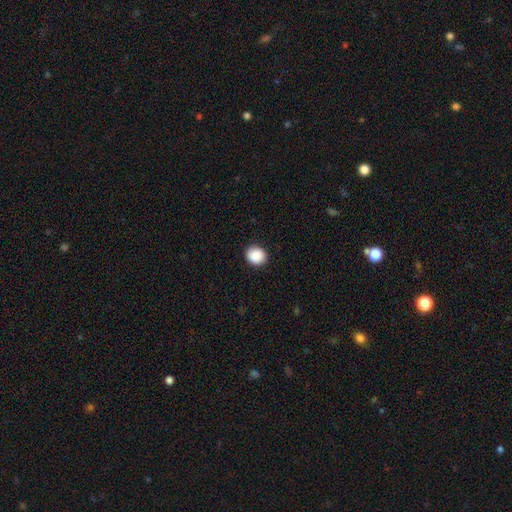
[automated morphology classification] smooth 89%, star or artifact 8%, featured or disk 3%. Down the decision tree: how rounded — round (76%); merging — none (90%).